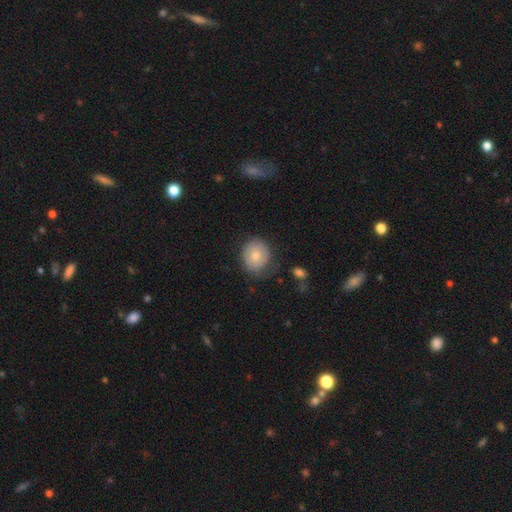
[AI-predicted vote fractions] Smooth or featured: smooth — 72% (featured or disk — 21%)
How rounded: round — 76% (in between — 23%)
Merging: none — 69% (minor disturbance — 22%)